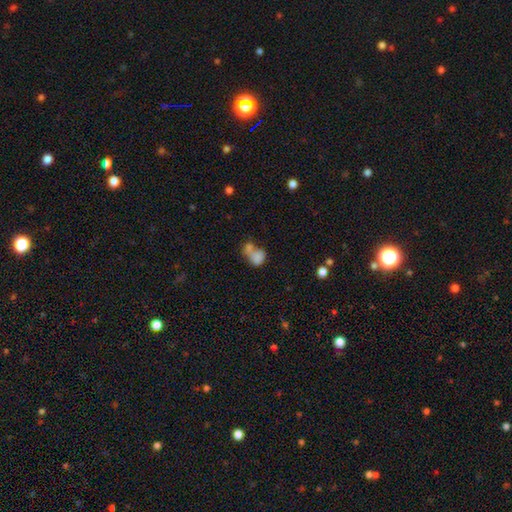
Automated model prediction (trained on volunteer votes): Smooth or featured?
  - smooth: 77% *
  - featured or disk: 13%
  - star or artifact: 10%
How rounded?
  - in between: 58% *
  - round: 40%
  - cigar-shaped: 2%
Merging?
  - merger: 60% *
  - none: 21%
  - minor disturbance: 10%
  - major disturbance: 10%